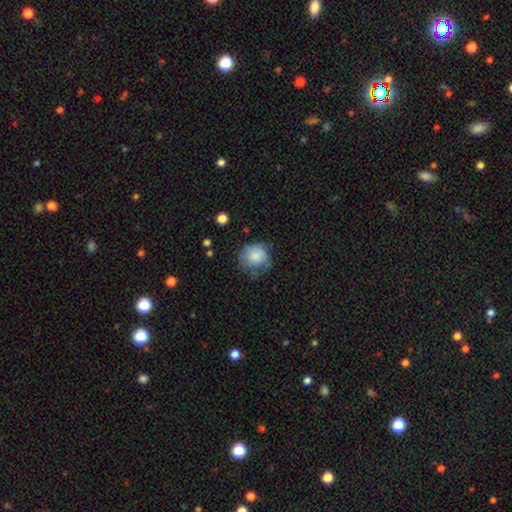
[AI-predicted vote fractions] smooth_or_featured: smooth (p=0.76) [alt: featured or disk p=0.16]
how_rounded: round (p=0.78) [alt: in between p=0.21]
merging: none (p=0.44) [alt: minor disturbance p=0.34]